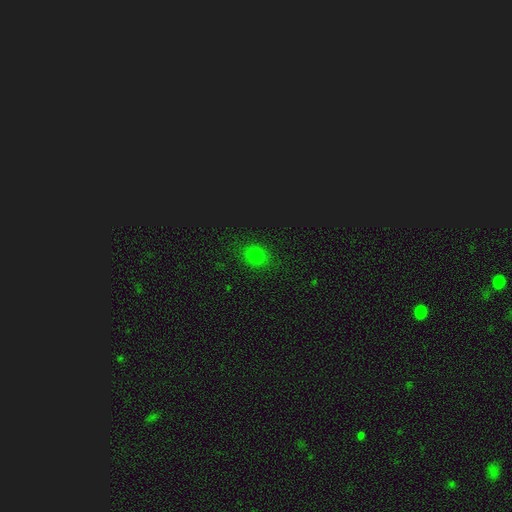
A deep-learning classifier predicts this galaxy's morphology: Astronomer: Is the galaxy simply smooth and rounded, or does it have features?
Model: smooth — 75%.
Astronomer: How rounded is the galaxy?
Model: round — 66%.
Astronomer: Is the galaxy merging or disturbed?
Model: none — 86%.